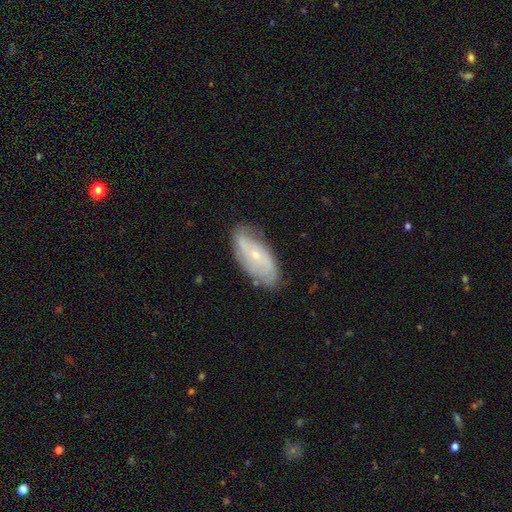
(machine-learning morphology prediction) Smooth or featured?
  - featured or disk: 65% *
  - smooth: 28%
  - star or artifact: 7%
Edge-on disk?
  - no: 90% *
  - yes: 10%
Bar?
  - no: 67% *
  - weak: 26%
  - strong: 7%
Spiral arms?
  - yes: 82% *
  - no: 18%
Bulge size?
  - small: 75% *
  - moderate: 21%
  - none: 2%
  - large: 1%
  - dominant: 1%
Merging?
  - none: 72% *
  - minor disturbance: 21%
  - major disturbance: 5%
  - merger: 2%